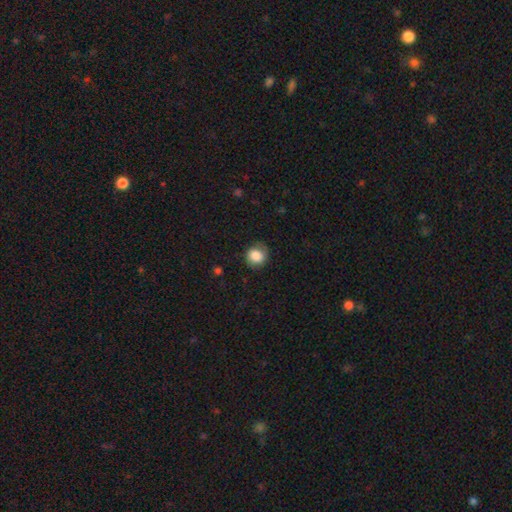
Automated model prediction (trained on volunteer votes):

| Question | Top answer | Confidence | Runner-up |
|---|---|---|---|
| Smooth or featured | smooth | 81% | featured or disk (10%) |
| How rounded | round | 82% | in between (17%) |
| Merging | none | 72% | minor disturbance (20%) |